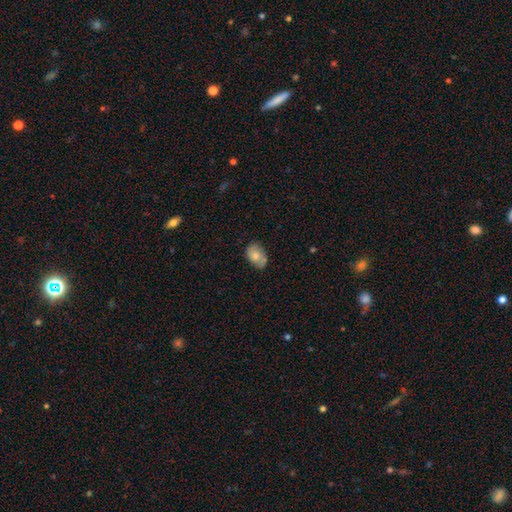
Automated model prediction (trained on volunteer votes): Smooth or featured? smooth (67%)
How rounded? in between (82%)
Merging? none (68%)